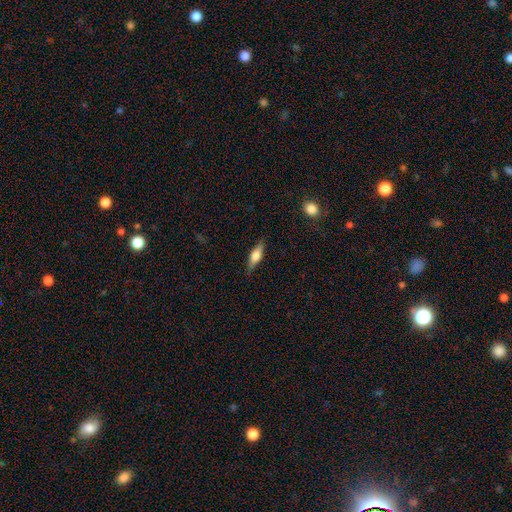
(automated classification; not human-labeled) Morphology: type=smooth (54%); roundness=cigar-shaped (49%); merging=none (83%).